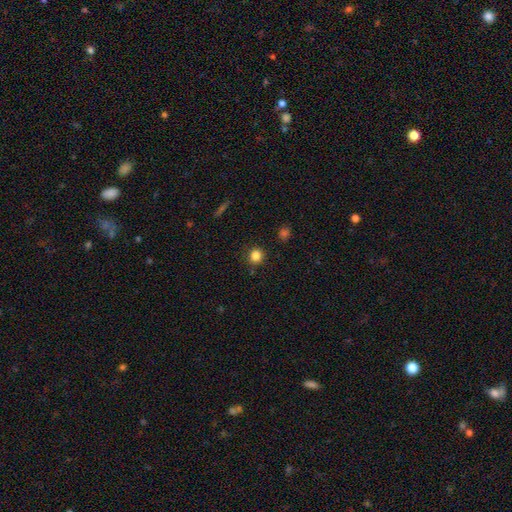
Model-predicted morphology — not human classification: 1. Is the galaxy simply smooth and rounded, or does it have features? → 84% smooth, 12% star or artifact, 5% featured or disk.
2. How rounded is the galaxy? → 89% round, 10% in between, 1% cigar-shaped.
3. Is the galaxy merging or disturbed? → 88% none, 8% minor disturbance, 2% major disturbance, 2% merger.